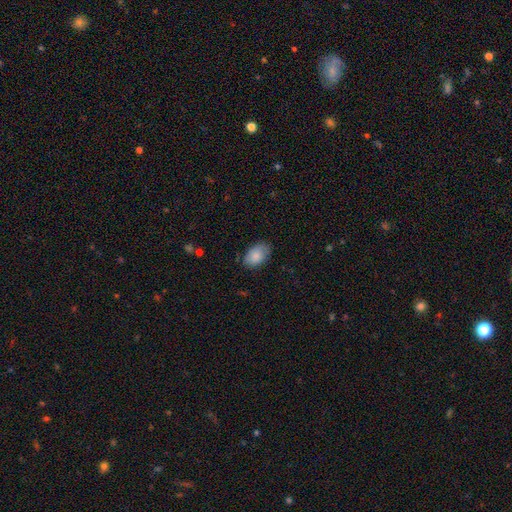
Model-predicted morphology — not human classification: Q: Smooth or featured?
A: smooth (87%); runner-up: star or artifact (7%)
Q: How rounded?
A: in between (91%); runner-up: round (8%)
Q: Merging?
A: none (75%); runner-up: minor disturbance (20%)